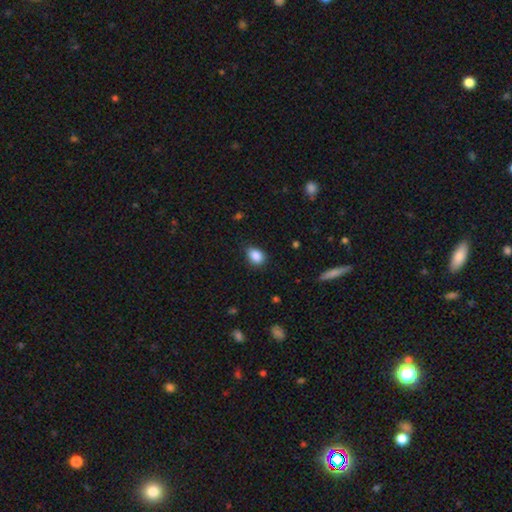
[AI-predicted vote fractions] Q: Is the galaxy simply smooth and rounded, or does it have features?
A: smooth — 87%.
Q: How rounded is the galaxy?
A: in between — 66%.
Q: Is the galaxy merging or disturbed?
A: none — 75%.